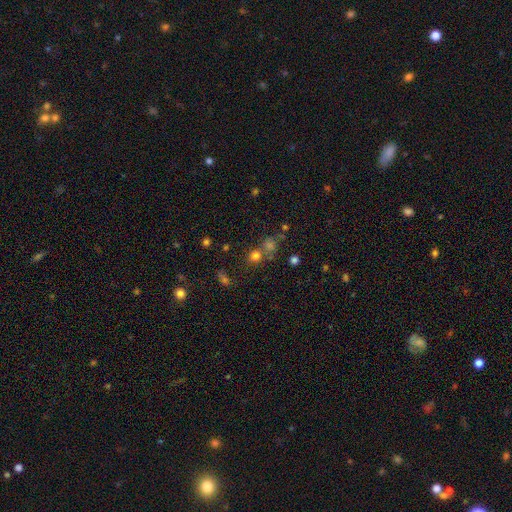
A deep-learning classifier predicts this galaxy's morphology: type=smooth (71%); roundness=round (84%); merging=none (62%).